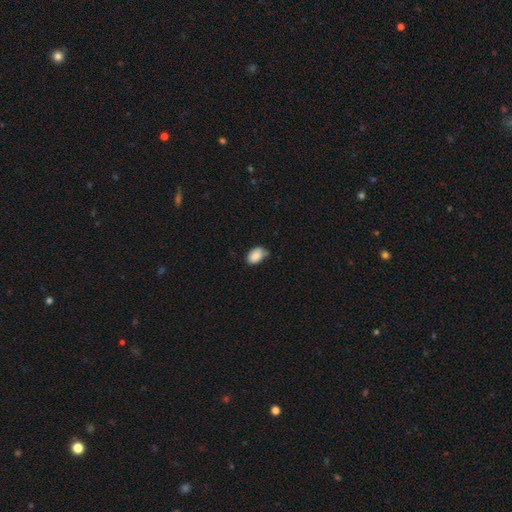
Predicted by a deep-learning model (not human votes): Smooth or featured: smooth — 88% (star or artifact — 7%)
How rounded: in between — 91% (round — 8%)
Merging: none — 63% (minor disturbance — 31%)